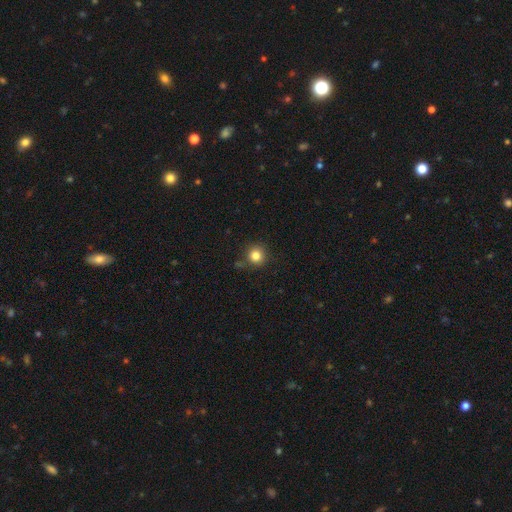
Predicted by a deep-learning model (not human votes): This is clearly a smooth galaxy (82%). How rounded: clearly round (93%). Merging: clearly none (83%).